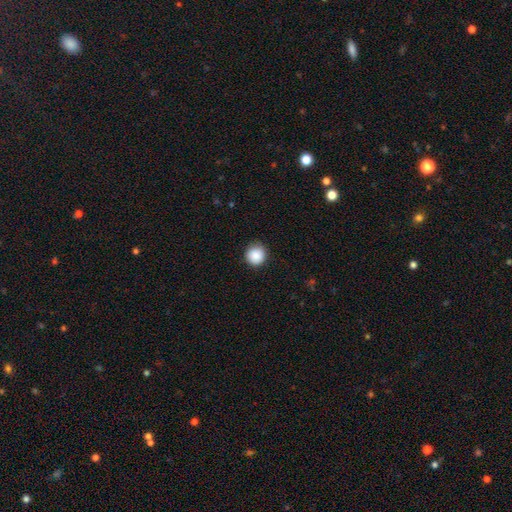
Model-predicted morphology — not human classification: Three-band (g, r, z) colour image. It shows a smooth galaxy with no disk features (88%) that is round (91%). Merging: none (87%).